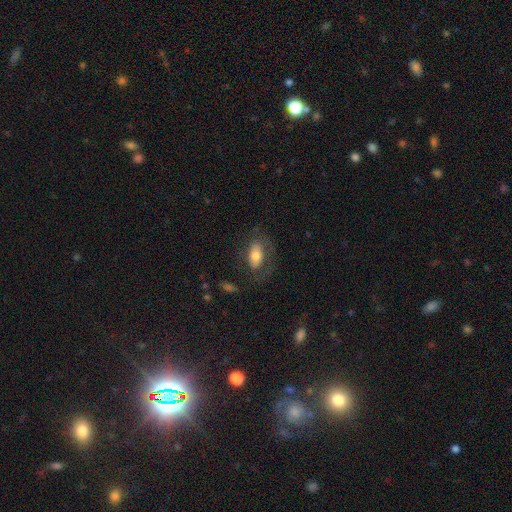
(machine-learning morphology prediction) This is likely a smooth galaxy (64%). How rounded: clearly in between (90%). Merging: likely none (64%).